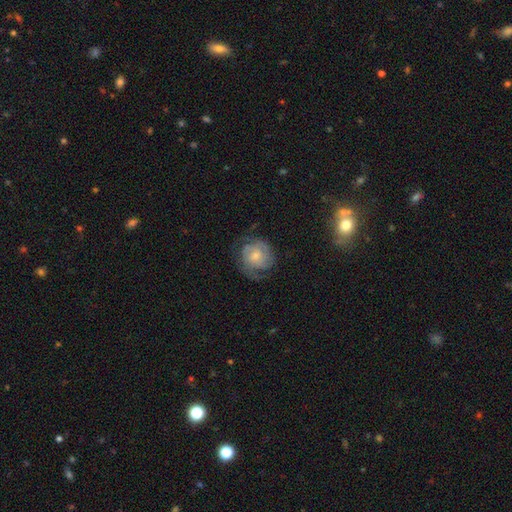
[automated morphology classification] Q: Smooth or featured?
A: featured or disk (62%); runner-up: smooth (32%)
Q: Edge-on disk?
A: no (98%); runner-up: yes (2%)
Q: Bar?
A: no (75%); runner-up: weak (22%)
Q: Spiral arms?
A: yes (85%); runner-up: no (15%)
Q: Spiral winding?
A: tight (53%); runner-up: medium (33%)
Q: Spiral arm count?
A: 2 (41%); runner-up: can't tell (32%)
Q: Bulge size?
A: small (54%); runner-up: moderate (38%)
Q: Merging?
A: none (60%); runner-up: minor disturbance (22%)